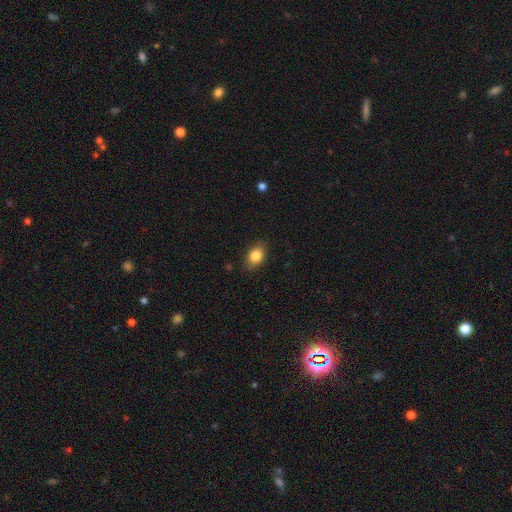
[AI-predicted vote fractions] Smooth or featured? smooth (83%)
How rounded? in between (78%)
Merging? none (85%)